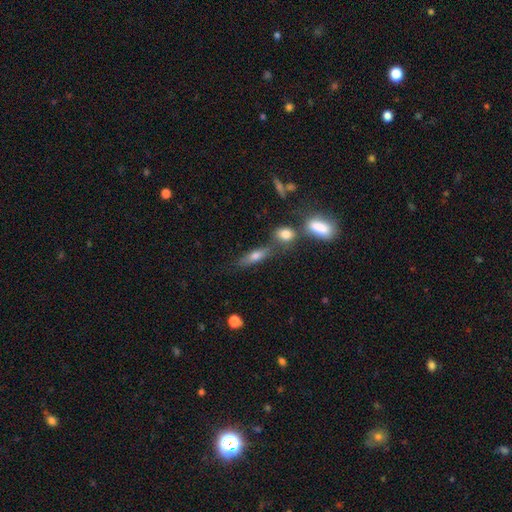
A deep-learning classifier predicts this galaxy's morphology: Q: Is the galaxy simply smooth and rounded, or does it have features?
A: smooth — 61%.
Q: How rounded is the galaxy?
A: cigar-shaped — 50%.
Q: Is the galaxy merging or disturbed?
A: none — 60%.